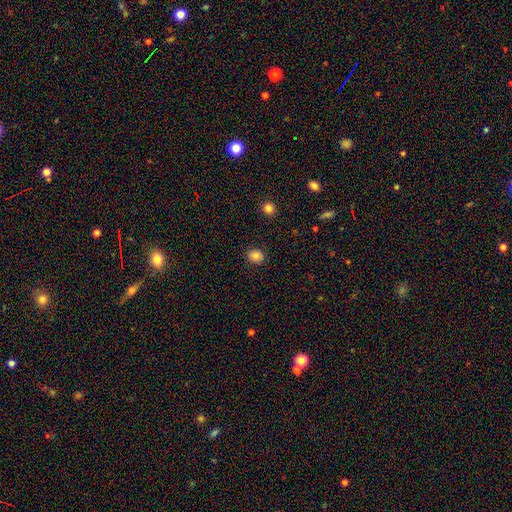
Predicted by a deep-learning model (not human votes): Q: Smooth or featured?
A: smooth (82%); runner-up: star or artifact (11%)
Q: How rounded?
A: round (70%); runner-up: in between (29%)
Q: Merging?
A: none (89%); runner-up: minor disturbance (7%)